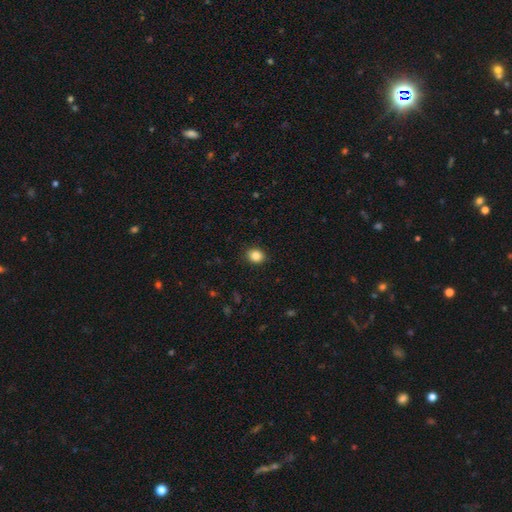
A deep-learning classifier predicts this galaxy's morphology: Smooth or featured? Predicted: smooth (p=0.85). How rounded? Predicted: round (p=0.63). Merging? Predicted: none (p=0.89).